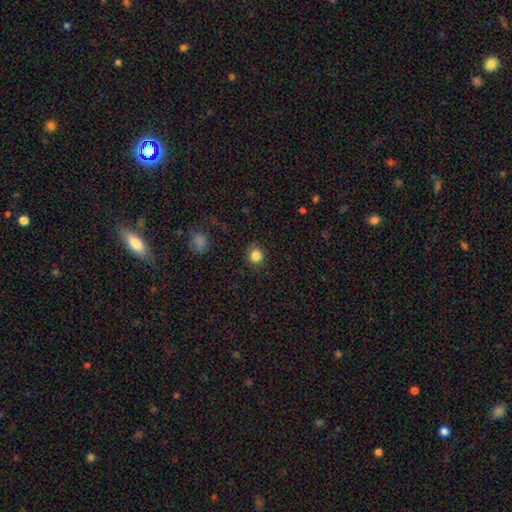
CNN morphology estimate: This appears to be a smooth galaxy with no disk features (84%) that is round (82%). Merging: none (83%).